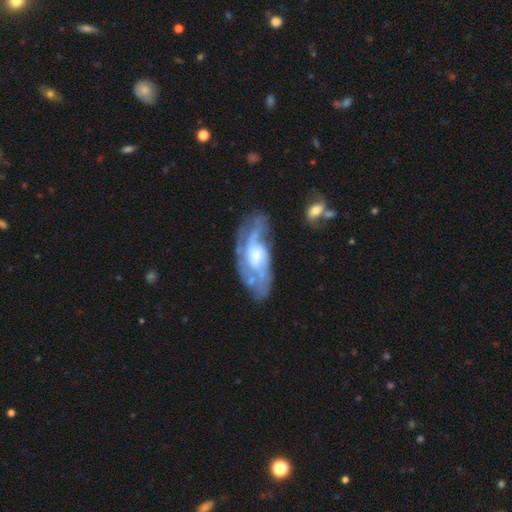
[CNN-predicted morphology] Overall: featured or disk (80%). Edge-on disk: no (92%). Bar: no (62%; weak 31%). Spiral arms: yes (88%). Spiral arm count: 2 (35%; can't tell 33%). Spiral winding: medium (42%; tight 34%). Bulge size: small (49%; moderate 38%). Merging: none (54%; minor disturbance 22%).